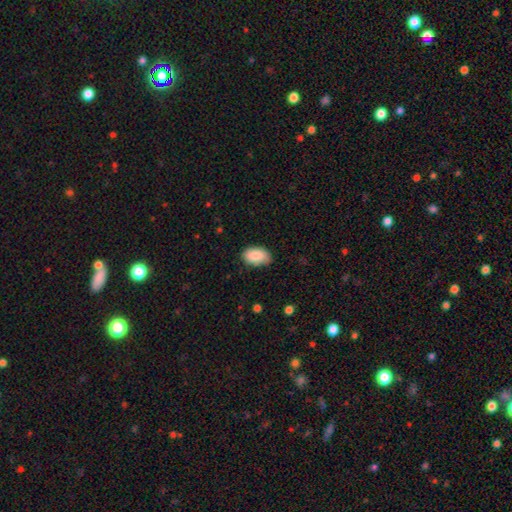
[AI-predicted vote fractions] This appears to be a smooth galaxy with no disk features (87%) that is in between round and cigar-shaped (92%). Merging: none (79%).